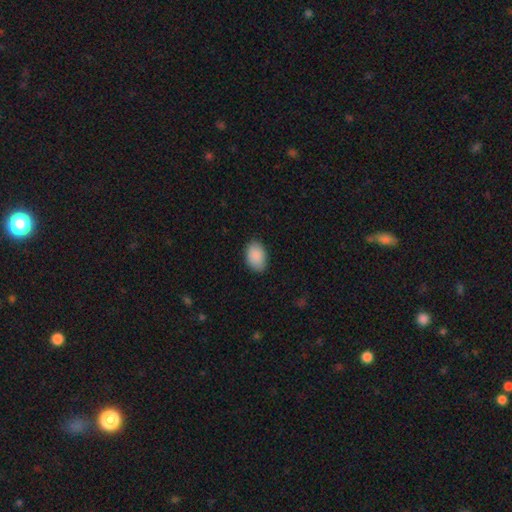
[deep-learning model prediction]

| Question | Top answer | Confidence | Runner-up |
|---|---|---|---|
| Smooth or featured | smooth | 90% | star or artifact (7%) |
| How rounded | in between | 88% | round (11%) |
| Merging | none | 85% | minor disturbance (12%) |